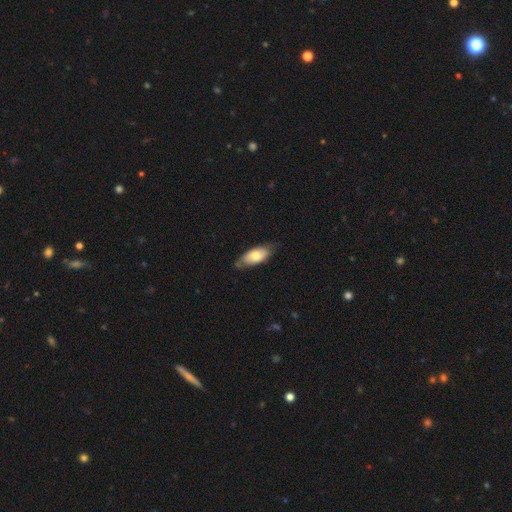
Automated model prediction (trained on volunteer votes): This is likely a smooth galaxy (67%). How rounded: clearly in between (86%). Merging: likely none (68%).